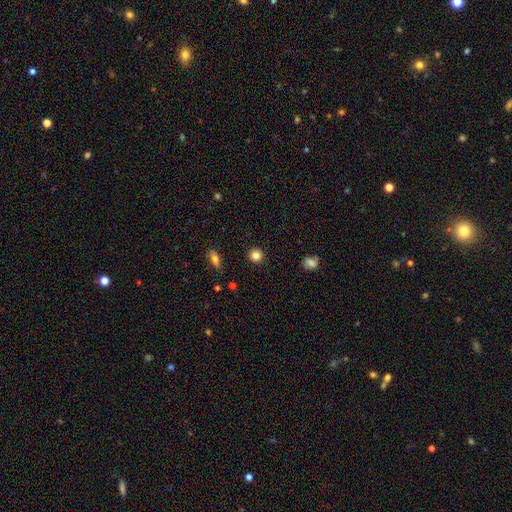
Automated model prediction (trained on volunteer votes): smooth-or-featured: smooth: 84% | star or artifact: 11% | featured or disk: 6%
  how-rounded: round: 93% | in between: 6% | cigar-shaped: 1%
  merging: none: 91% | minor disturbance: 6% | major disturbance: 2% | merger: 1%